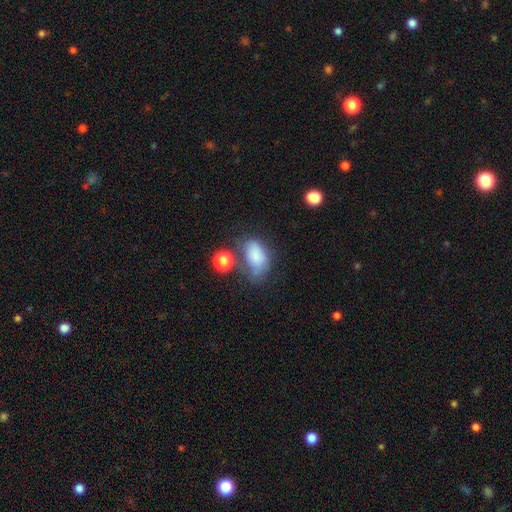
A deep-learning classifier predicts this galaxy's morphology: Smooth or featured? Predicted: smooth (p=0.76). How rounded? Predicted: in between (p=0.88). Merging? Predicted: none (p=0.36).